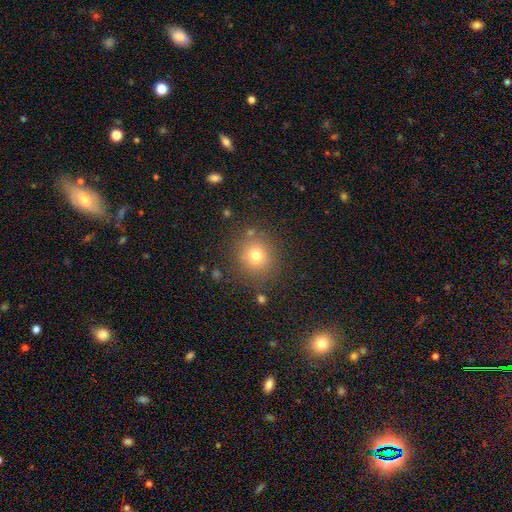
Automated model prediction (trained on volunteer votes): smooth_or_featured: smooth (p=0.75) [alt: star or artifact p=0.15]
how_rounded: round (p=0.85) [alt: in between p=0.14]
merging: none (p=0.83) [alt: minor disturbance p=0.10]